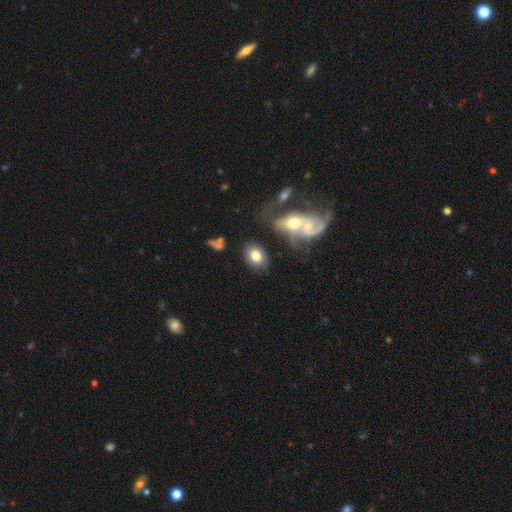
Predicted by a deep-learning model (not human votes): Morphology: type=smooth (74%); roundness=in between (70%); merging=none (67%).